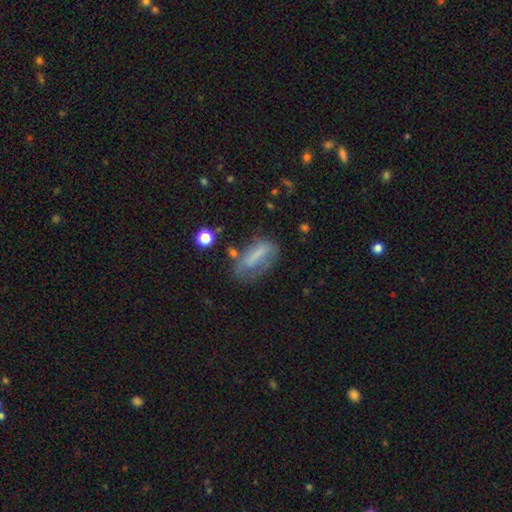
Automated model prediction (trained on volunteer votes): Smooth or featured: smooth — 59% (featured or disk — 30%)
How rounded: in between — 64% (cigar-shaped — 31%)
Merging: none — 43% (minor disturbance — 29%)